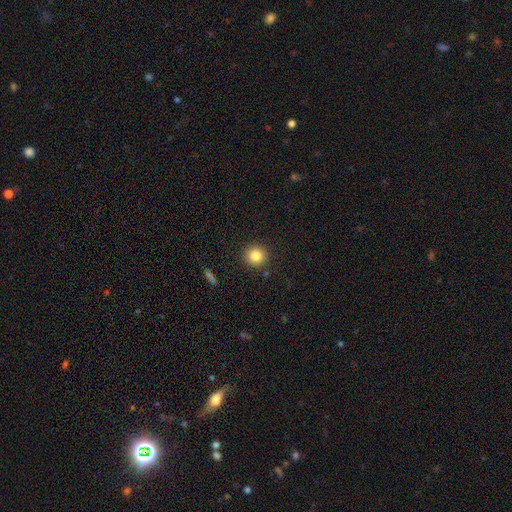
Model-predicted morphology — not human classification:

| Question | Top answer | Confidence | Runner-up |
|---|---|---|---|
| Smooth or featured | smooth | 84% | star or artifact (10%) |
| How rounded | round | 91% | in between (8%) |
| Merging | none | 90% | minor disturbance (7%) |